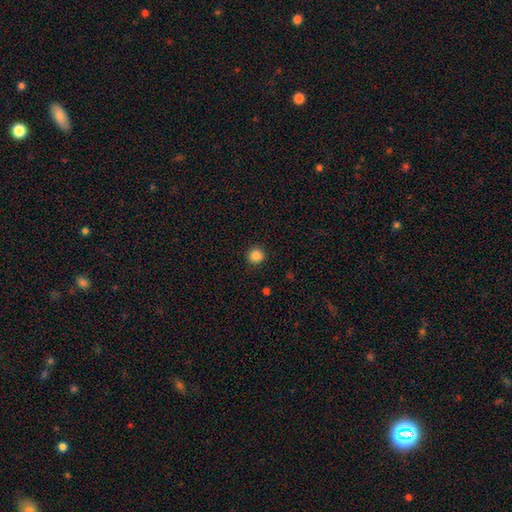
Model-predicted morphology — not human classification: Smooth or featured? smooth (86%)
How rounded? round (94%)
Merging? none (91%)